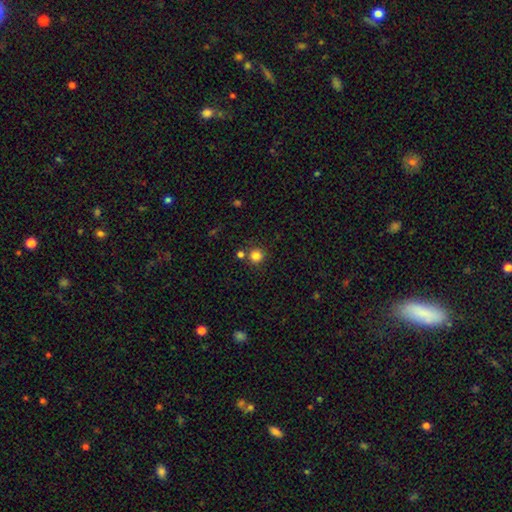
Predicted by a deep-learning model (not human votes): A smooth galaxy with no disk features (83%) that is round (94%). Merging: none (78%).